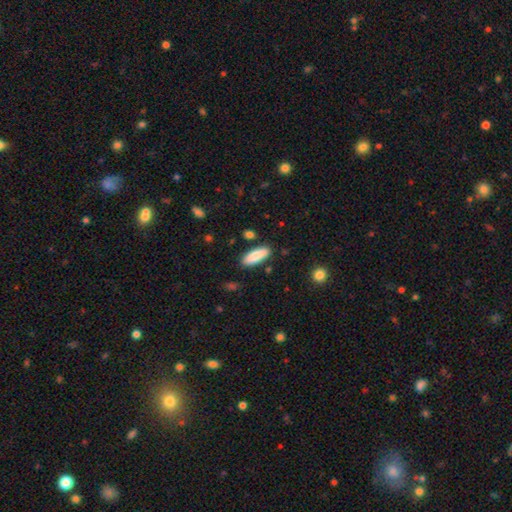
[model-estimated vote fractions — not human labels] A smooth galaxy with no disk features (86%) that is in between round and cigar-shaped (65%). Merging: none (85%).